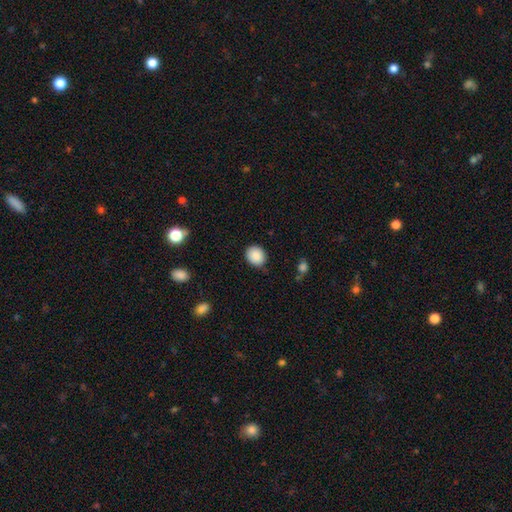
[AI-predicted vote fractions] Smooth or featured: smooth — 88% (star or artifact — 8%)
How rounded: round — 73% (in between — 26%)
Merging: none — 84% (minor disturbance — 12%)